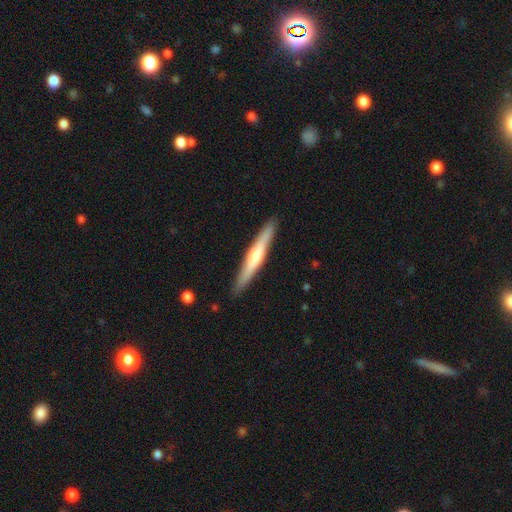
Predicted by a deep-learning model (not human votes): Smooth or featured? featured or disk (59%)
Edge-on disk? yes (96%)
Edge-on bulge? rounded (75%)
Merging? none (91%)